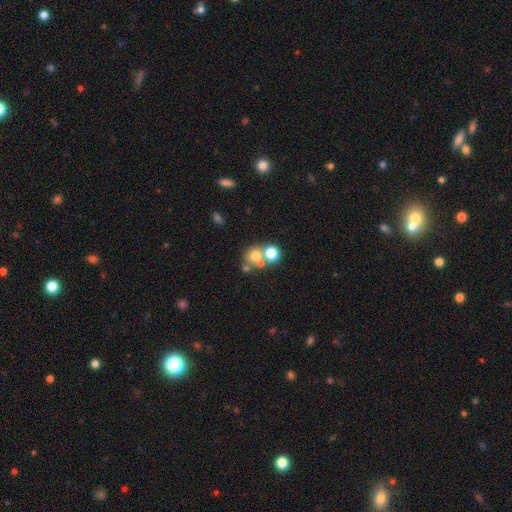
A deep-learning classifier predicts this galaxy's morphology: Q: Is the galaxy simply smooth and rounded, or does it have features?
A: smooth — 64%.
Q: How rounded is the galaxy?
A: round — 79%.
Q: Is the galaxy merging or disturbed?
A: merger — 49%.